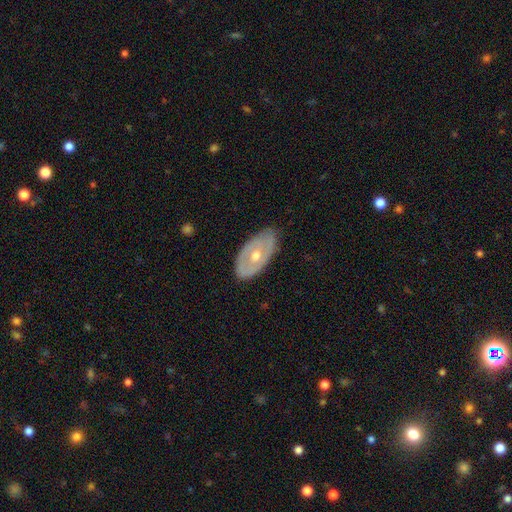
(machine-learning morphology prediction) A featured or disk galaxy (63%) with no bar (78%), no spiral arms (67%) and a moderate central bulge (72%).

Vote fractions:
- Smooth or featured? featured or disk: 63% / smooth: 31% / star or artifact: 6%
- Edge-on disk? no: 88% / yes: 12%
- Bar? no: 78% / weak: 16% / strong: 5%
- Spiral arms? no: 67% / yes: 33%
- Bulge size? moderate: 72% / small: 22% / large: 4% / none: 1% / dominant: 1%
- Merging? none: 77% / minor disturbance: 18% / major disturbance: 4% / merger: 1%